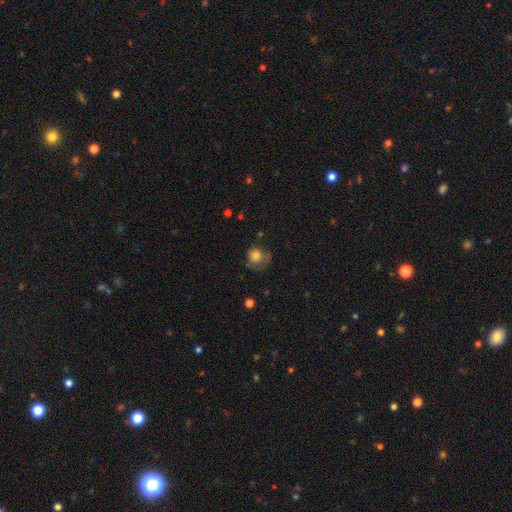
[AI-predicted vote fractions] Q: Smooth or featured?
A: smooth (74%); runner-up: featured or disk (15%)
Q: How rounded?
A: round (80%); runner-up: in between (19%)
Q: Merging?
A: none (48%); runner-up: minor disturbance (27%)